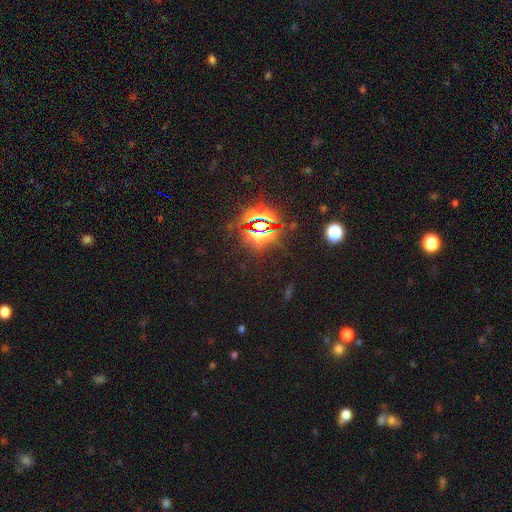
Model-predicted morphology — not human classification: Smooth or featured: star or artifact — 84% (smooth — 10%)